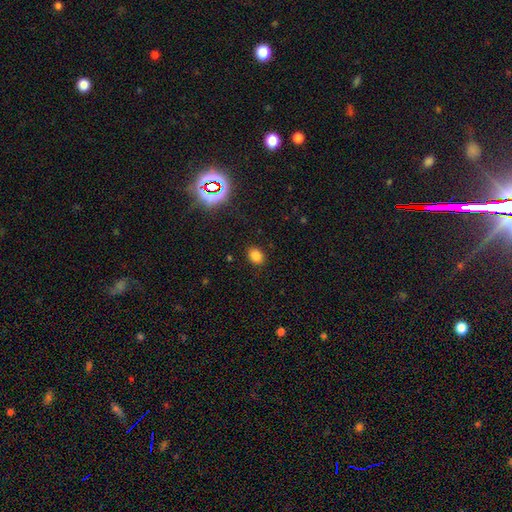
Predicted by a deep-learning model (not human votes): Smooth or featured?
  - smooth: 81% *
  - star or artifact: 14%
  - featured or disk: 5%
How rounded?
  - in between: 66% *
  - round: 33%
  - cigar-shaped: 1%
Merging?
  - none: 88% *
  - minor disturbance: 9%
  - major disturbance: 3%
  - merger: 1%